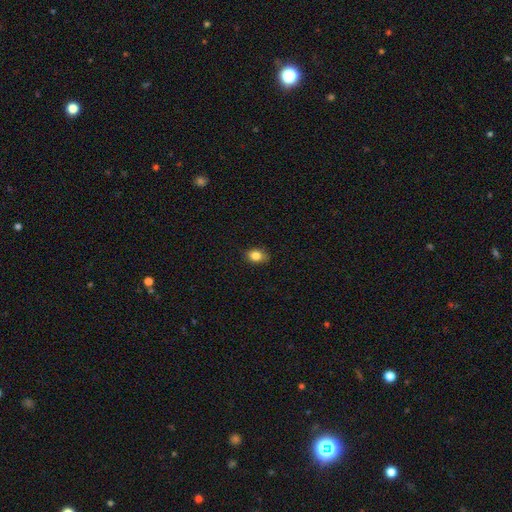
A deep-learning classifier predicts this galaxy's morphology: A smooth galaxy with no disk features (83%) that is in between round and cigar-shaped (64%). Merging: none (83%).